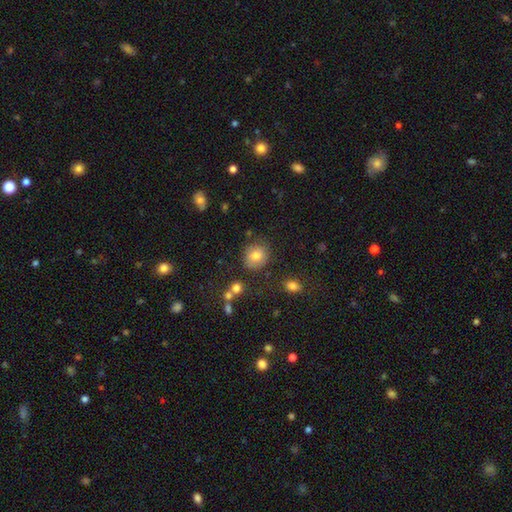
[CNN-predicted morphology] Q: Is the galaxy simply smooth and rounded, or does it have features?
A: smooth — 76%.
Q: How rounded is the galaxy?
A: round — 72%.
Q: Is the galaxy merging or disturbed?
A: none — 76%.